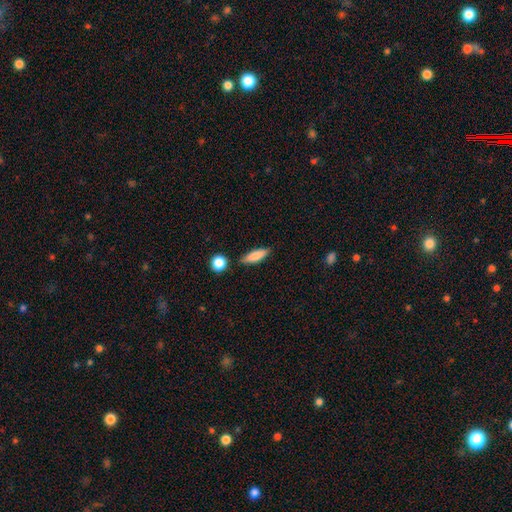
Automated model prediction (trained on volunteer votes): Overall: smooth (79%). How rounded: cigar-shaped (50%; in between 47%). Merging: none (82%).